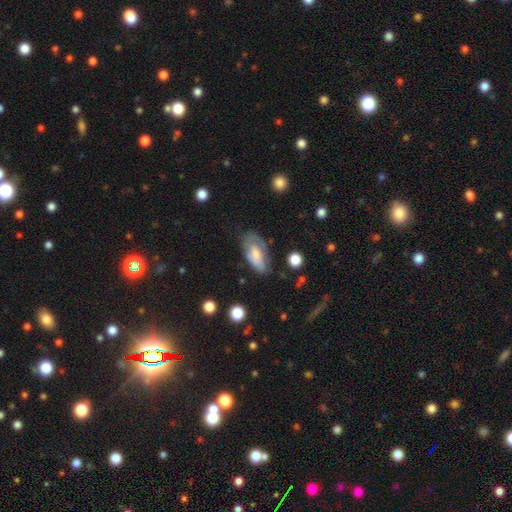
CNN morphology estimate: Q: Smooth or featured?
A: smooth (57%); runner-up: featured or disk (36%)
Q: How rounded?
A: in between (88%); runner-up: cigar-shaped (8%)
Q: Merging?
A: none (52%); runner-up: minor disturbance (30%)